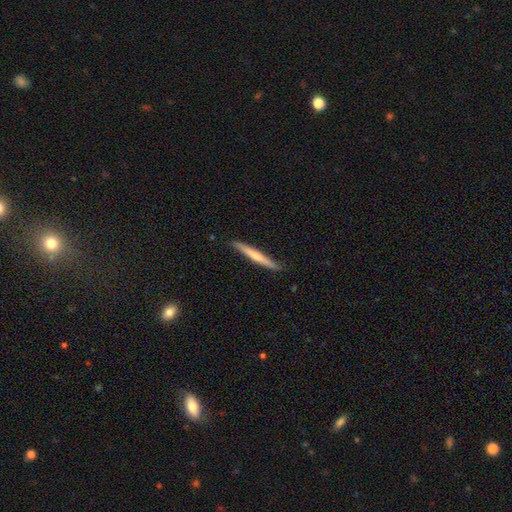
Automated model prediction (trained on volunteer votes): A smooth galaxy with no disk features (53%) that is cigar-shaped (96%). Merging: none (86%).